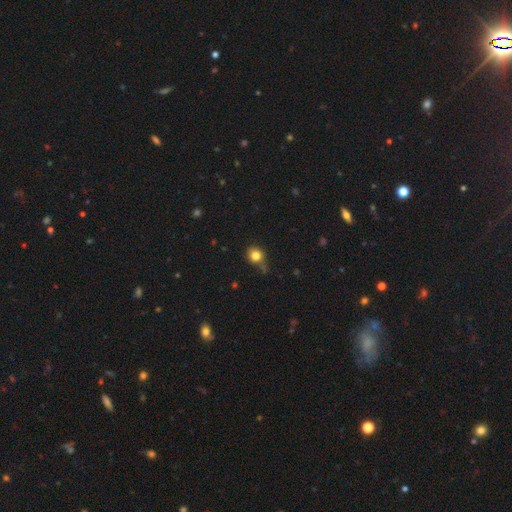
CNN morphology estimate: A smooth galaxy with no disk features (80%) that is round (81%). Merging: none (63%).